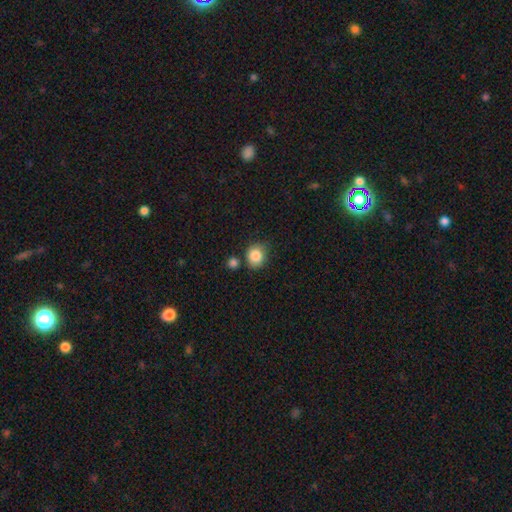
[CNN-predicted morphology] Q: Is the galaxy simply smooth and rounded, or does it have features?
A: smooth — 85%.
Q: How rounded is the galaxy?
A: round — 76%.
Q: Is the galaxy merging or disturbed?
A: none — 70%.